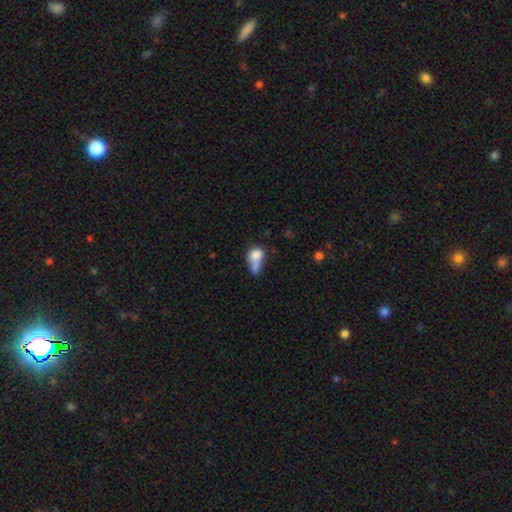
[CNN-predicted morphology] Smooth or featured: smooth — 73% (featured or disk — 17%)
How rounded: in between — 64% (round — 32%)
Merging: merger — 47% (none — 21%)